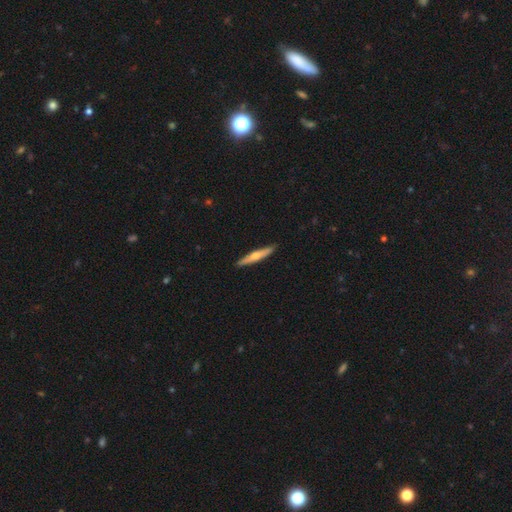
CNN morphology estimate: Smooth or featured? featured or disk (54%)
Edge-on disk? yes (96%)
Edge-on bulge? rounded (84%)
Merging? none (91%)